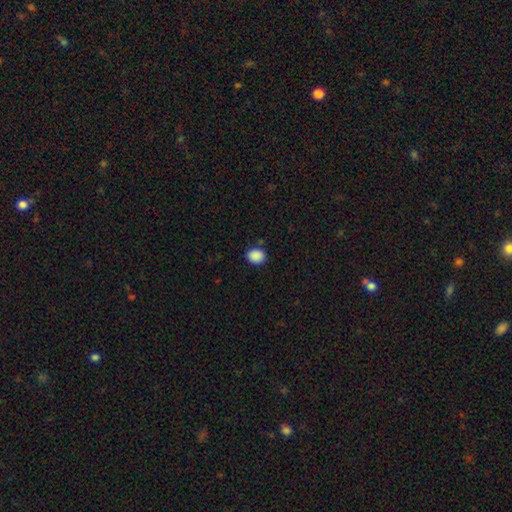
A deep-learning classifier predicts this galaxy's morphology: type=smooth (89%); roundness=in between (55%); merging=none (83%).